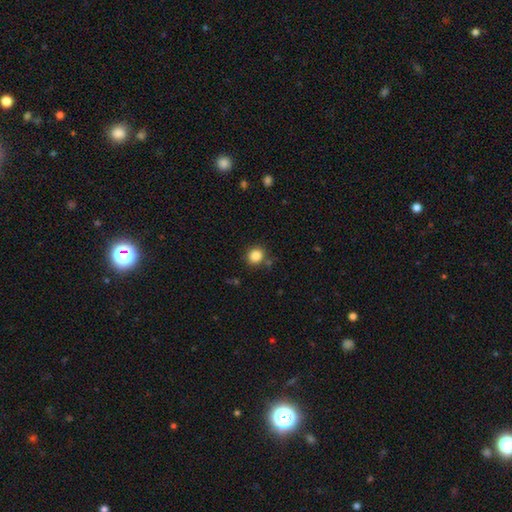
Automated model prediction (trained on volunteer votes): Morphology: type=smooth (85%); roundness=round (85%); merging=none (83%).